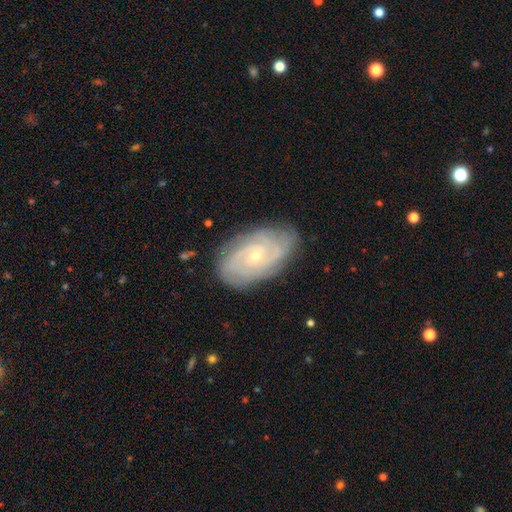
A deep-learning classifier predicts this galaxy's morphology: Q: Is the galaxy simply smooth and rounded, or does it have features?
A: featured or disk — 84%.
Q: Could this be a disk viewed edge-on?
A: no — 96%.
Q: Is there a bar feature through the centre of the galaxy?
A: no — 76%.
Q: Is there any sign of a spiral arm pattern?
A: yes — 95%.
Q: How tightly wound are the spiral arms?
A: tight — 72%.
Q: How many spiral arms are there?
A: can't tell — 30%.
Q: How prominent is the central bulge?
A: small — 77%.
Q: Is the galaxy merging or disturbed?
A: none — 81%.